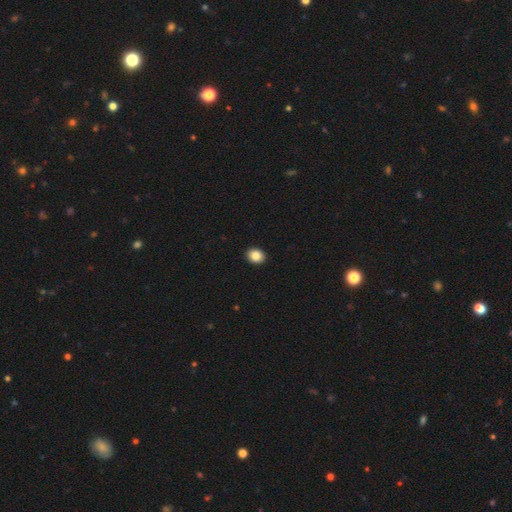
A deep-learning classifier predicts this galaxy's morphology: smooth-or-featured: smooth: 86% | star or artifact: 9% | featured or disk: 5%
  how-rounded: in between: 56% | round: 43% | cigar-shaped: 1%
  merging: none: 92% | minor disturbance: 5% | major disturbance: 1% | merger: 1%